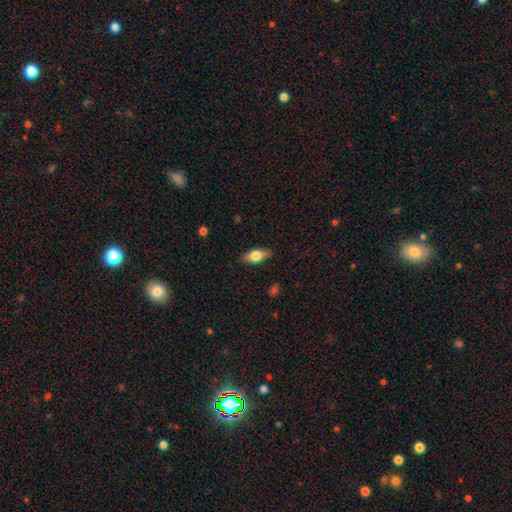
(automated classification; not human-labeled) Smooth or featured? Predicted: smooth (p=0.75). How rounded? Predicted: in between (p=0.85). Merging? Predicted: none (p=0.87).